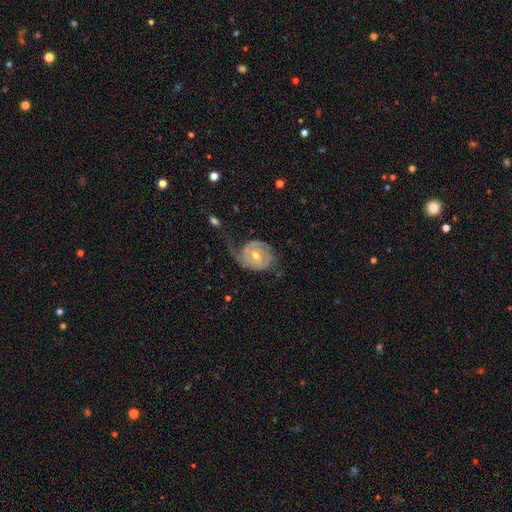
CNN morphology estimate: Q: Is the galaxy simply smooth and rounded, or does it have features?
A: featured or disk — 83%.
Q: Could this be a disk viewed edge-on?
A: no — 97%.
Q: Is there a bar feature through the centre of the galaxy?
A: no — 61%.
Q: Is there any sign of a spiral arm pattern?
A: yes — 91%.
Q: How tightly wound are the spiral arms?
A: tight — 50%.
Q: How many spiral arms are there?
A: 2 — 58%.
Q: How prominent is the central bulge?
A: moderate — 56%.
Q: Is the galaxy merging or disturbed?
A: none — 47%.